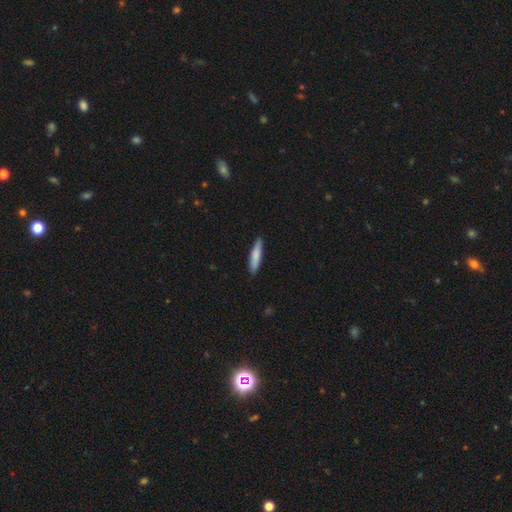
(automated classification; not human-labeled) smooth 79%, featured or disk 16%, star or artifact 5%. Down the decision tree: how rounded — cigar-shaped (85%); merging — none (88%).